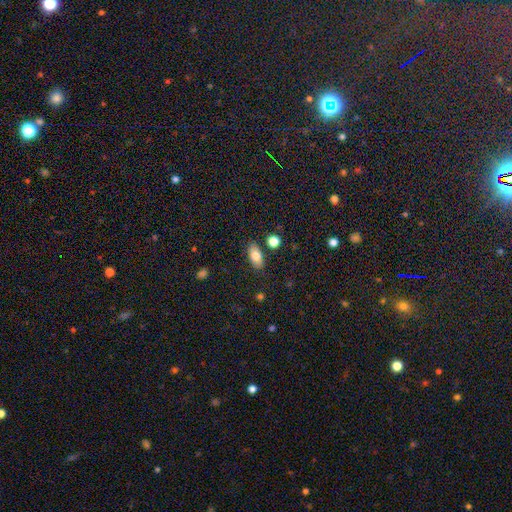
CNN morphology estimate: A smooth galaxy with no disk features (80%) that is in between round and cigar-shaped (88%).

Vote fractions:
- Smooth or featured? smooth: 80% / featured or disk: 12% / star or artifact: 8%
- How rounded? in between: 88% / cigar-shaped: 7% / round: 4%
- Merging? none: 83% / minor disturbance: 10% / merger: 4% / major disturbance: 2%